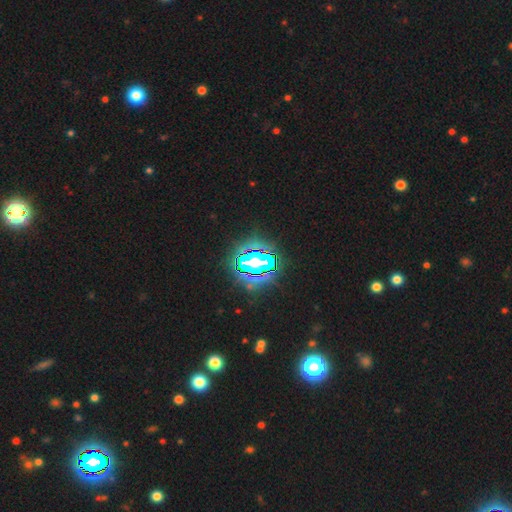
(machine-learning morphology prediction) Smooth or featured: star or artifact — 73% (featured or disk — 13%)